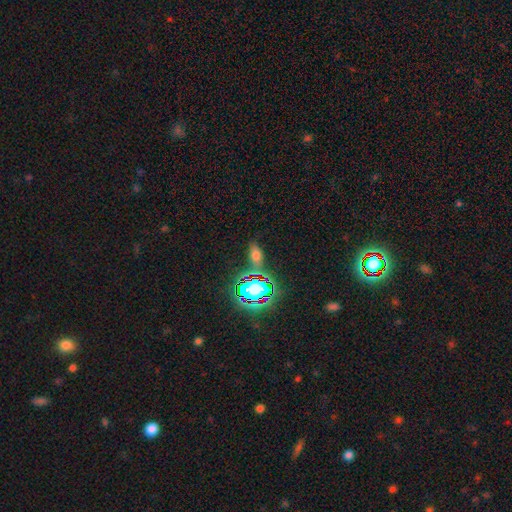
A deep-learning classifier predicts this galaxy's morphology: This appears to be a smooth galaxy with no disk features (53%) that is in between round and cigar-shaped (77%). Merging: none (67%).